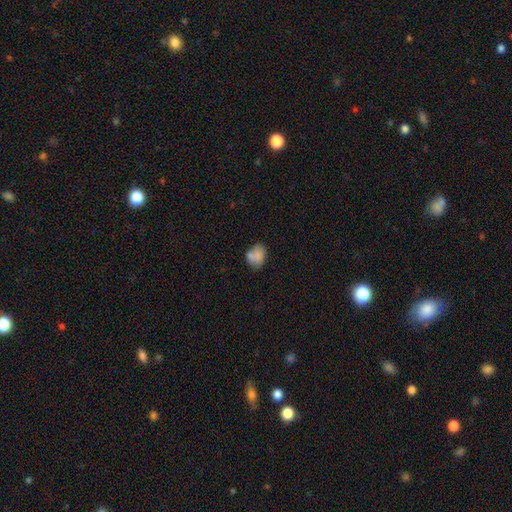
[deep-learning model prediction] Morphology: type=smooth (75%); roundness=in between (60%); merging=none (51%).